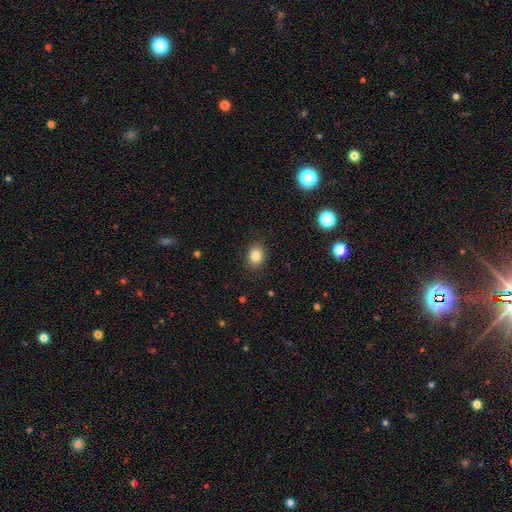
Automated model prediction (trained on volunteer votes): Smooth or featured? Predicted: smooth (p=0.83). How rounded? Predicted: round (p=0.53). Merging? Predicted: none (p=0.88).